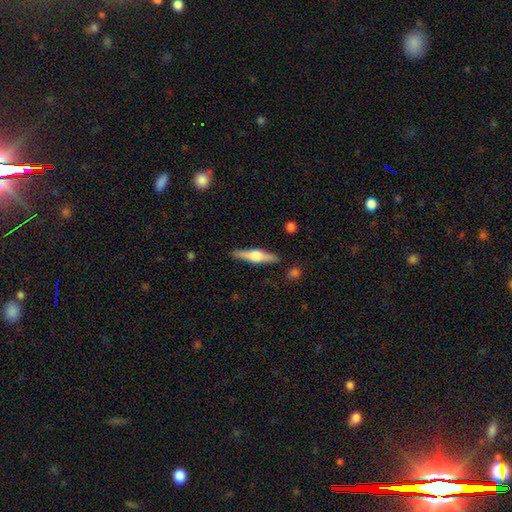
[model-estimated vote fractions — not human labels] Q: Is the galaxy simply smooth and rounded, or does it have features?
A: featured or disk — 63%.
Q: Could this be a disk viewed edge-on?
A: yes — 97%.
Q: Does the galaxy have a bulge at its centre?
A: rounded — 90%.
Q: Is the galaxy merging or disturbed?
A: none — 88%.